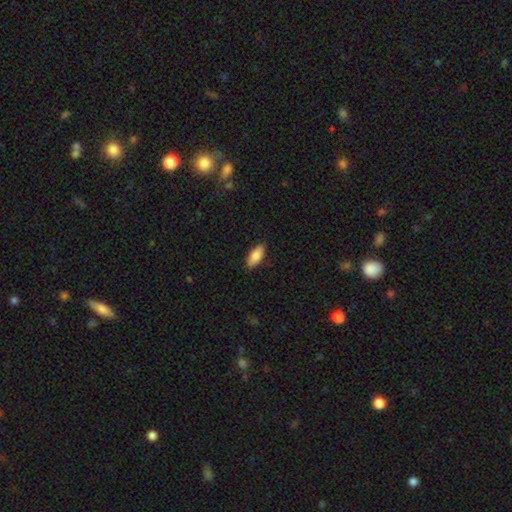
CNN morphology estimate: A smooth galaxy with no disk features (82%) that is in between round and cigar-shaped (84%).

Vote fractions:
- Smooth or featured? smooth: 82% / featured or disk: 12% / star or artifact: 6%
- How rounded? in between: 84% / cigar-shaped: 14% / round: 2%
- Merging? none: 87% / minor disturbance: 10% / major disturbance: 2% / merger: 1%